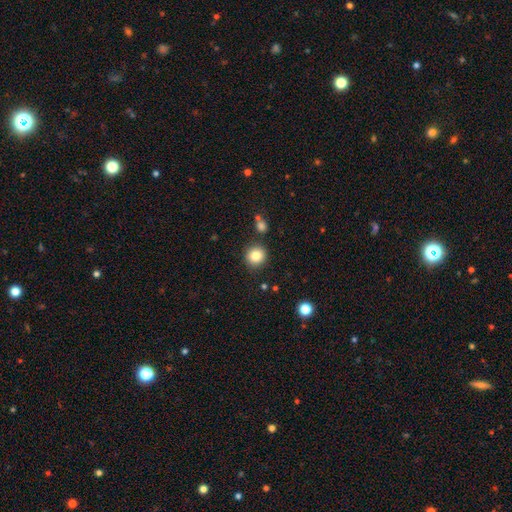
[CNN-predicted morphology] This appears to be a smooth galaxy with no disk features (82%) that is round (92%). Merging: none (87%).